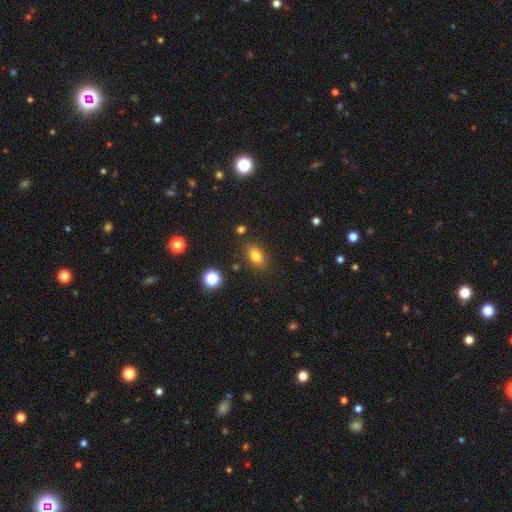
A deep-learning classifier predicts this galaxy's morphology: A smooth galaxy with no disk features (79%) that is in between round and cigar-shaped (81%). Merging: none (84%).